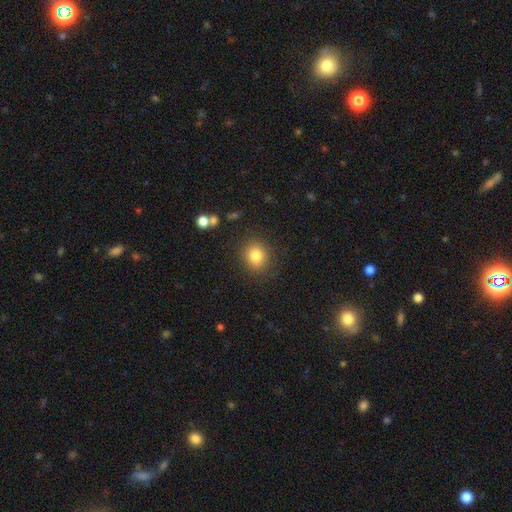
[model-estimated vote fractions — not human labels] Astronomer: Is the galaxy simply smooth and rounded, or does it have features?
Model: smooth — 82%.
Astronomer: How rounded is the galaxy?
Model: round — 75%.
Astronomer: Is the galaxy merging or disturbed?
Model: none — 85%.